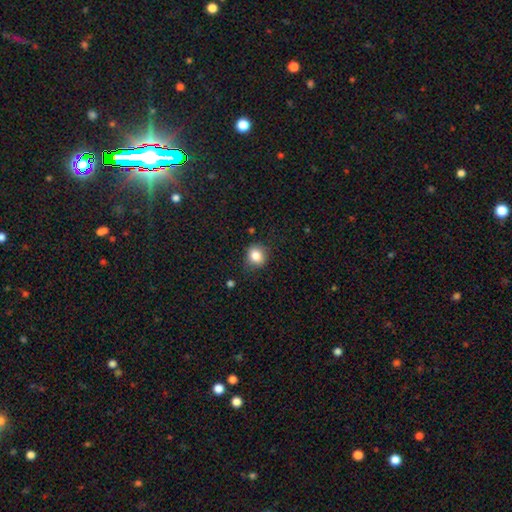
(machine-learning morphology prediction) Smooth or featured? Predicted: smooth (p=0.84). How rounded? Predicted: round (p=0.67). Merging? Predicted: none (p=0.79).